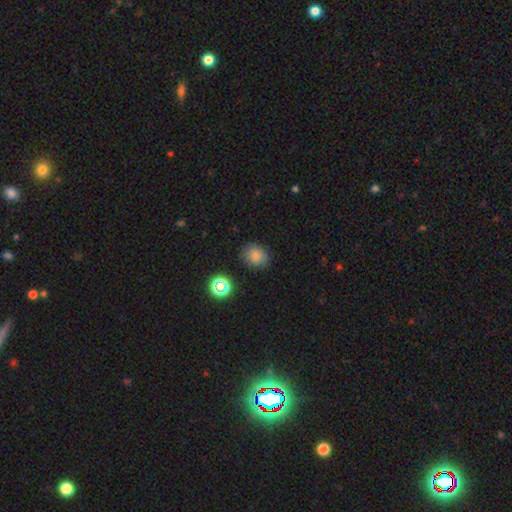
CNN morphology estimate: This appears to be a smooth galaxy with no disk features (78%) that is round (57%). Merging: none (84%).